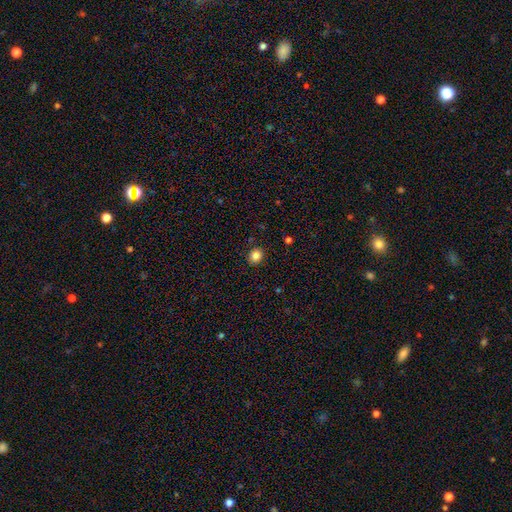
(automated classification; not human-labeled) This is clearly a smooth galaxy (85%). How rounded: likely round (60%). Merging: clearly none (89%).